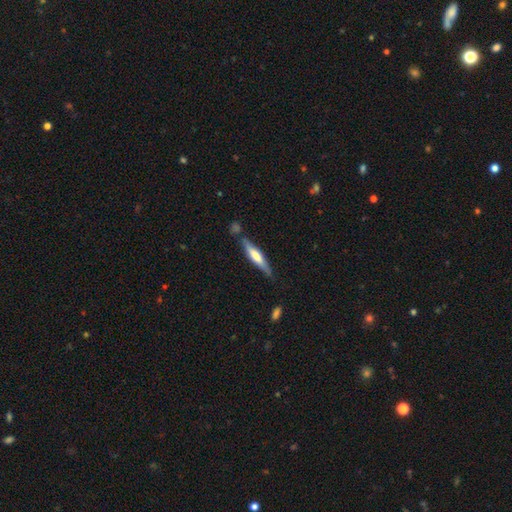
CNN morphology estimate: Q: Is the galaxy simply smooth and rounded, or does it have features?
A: smooth — 49%.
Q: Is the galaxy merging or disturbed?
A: none — 73%.